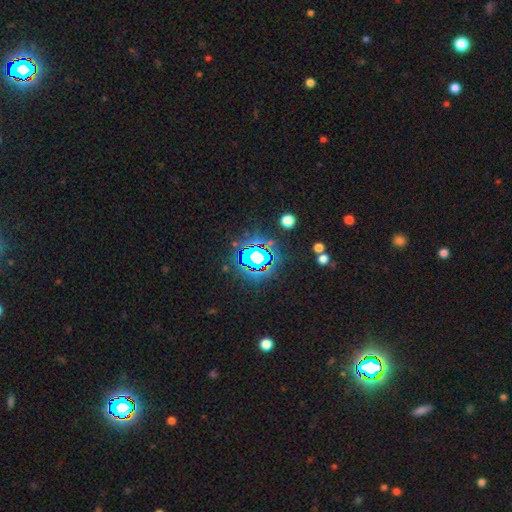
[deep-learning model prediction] The model was most divided on "smooth or featured": star or artifact: 78%, smooth: 13%, featured or disk: 10%.